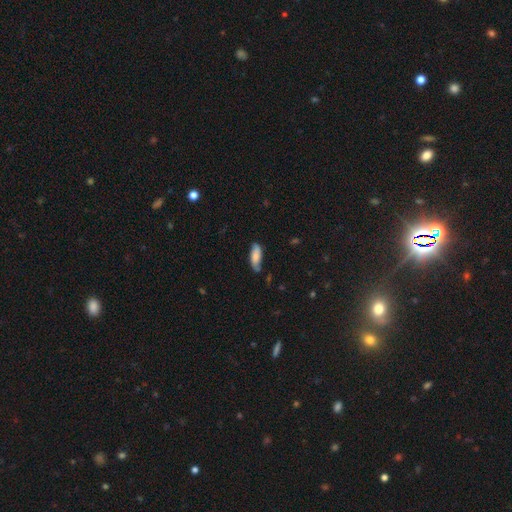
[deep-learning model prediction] A smooth galaxy with no disk features (73%) that is in between round and cigar-shaped (68%).

Vote fractions:
- Smooth or featured? smooth: 73% / featured or disk: 20% / star or artifact: 7%
- How rounded? in between: 68% / cigar-shaped: 30% / round: 2%
- Merging? none: 69% / minor disturbance: 24% / major disturbance: 5% / merger: 3%